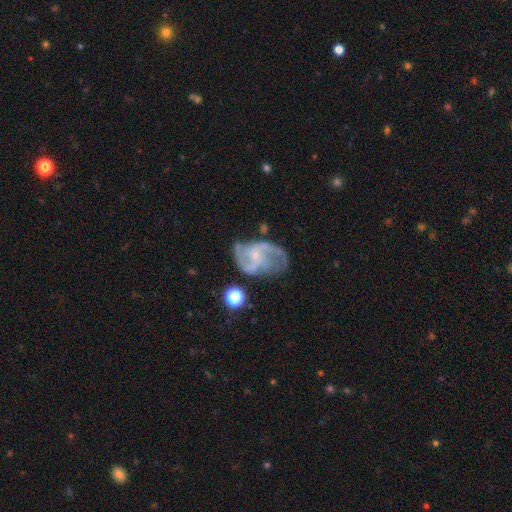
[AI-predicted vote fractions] Smooth or featured? featured or disk (82%)
Edge-on disk? no (97%)
Bar? no (54%)
Spiral arms? yes (92%)
Spiral winding? medium (46%)
Spiral arm count? 2 (68%)
Bulge size? small (74%)
Merging? none (51%)